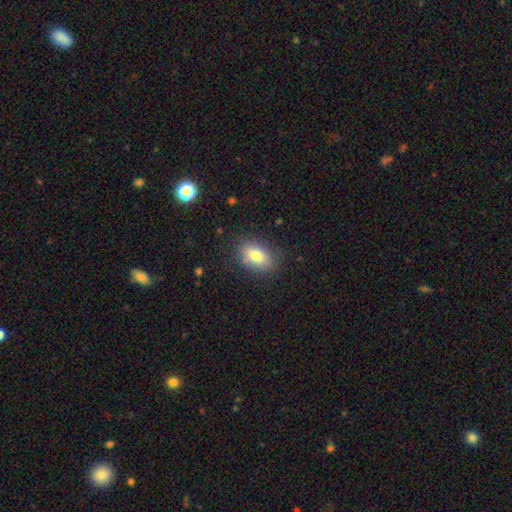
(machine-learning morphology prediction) smooth-or-featured: smooth: 79% | featured or disk: 12% | star or artifact: 9%
  how-rounded: in between: 85% | round: 13% | cigar-shaped: 2%
  merging: none: 82% | minor disturbance: 13% | major disturbance: 4% | merger: 2%